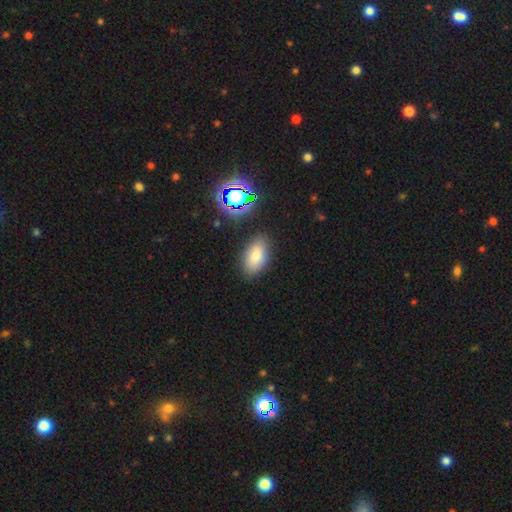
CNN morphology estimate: smooth_or_featured: smooth (p=0.77) [alt: star or artifact p=0.12]
how_rounded: in between (p=0.91) [alt: round p=0.05]
merging: none (p=0.85) [alt: minor disturbance p=0.10]